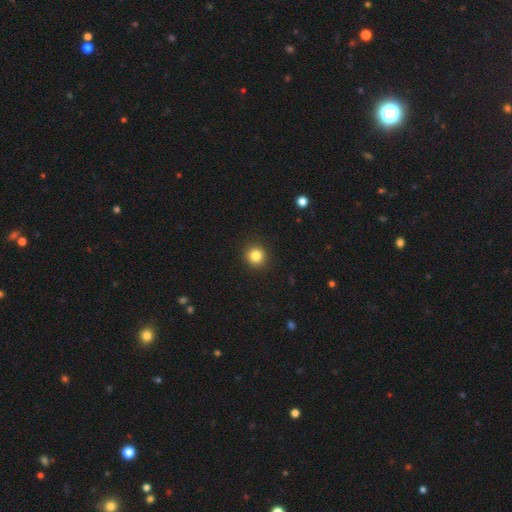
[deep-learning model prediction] The model was most divided on "smooth or featured": smooth: 84%, star or artifact: 11%, featured or disk: 5%. More confident: how rounded — round (93%); merging — none (92%).